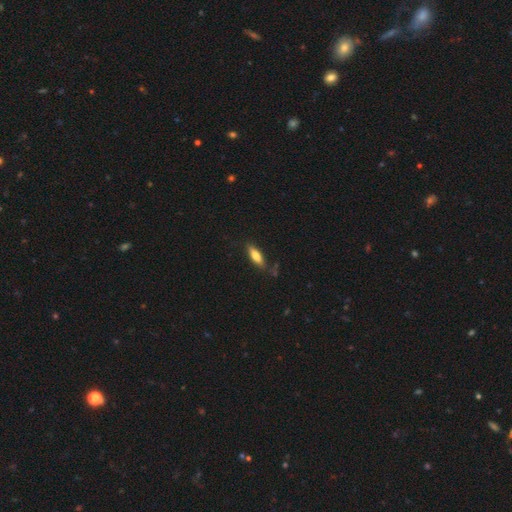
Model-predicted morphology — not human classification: smooth_or_featured: smooth (p=0.76) [alt: featured or disk p=0.17]
how_rounded: in between (p=0.54) [alt: cigar-shaped p=0.44]
merging: none (p=0.73) [alt: minor disturbance p=0.19]